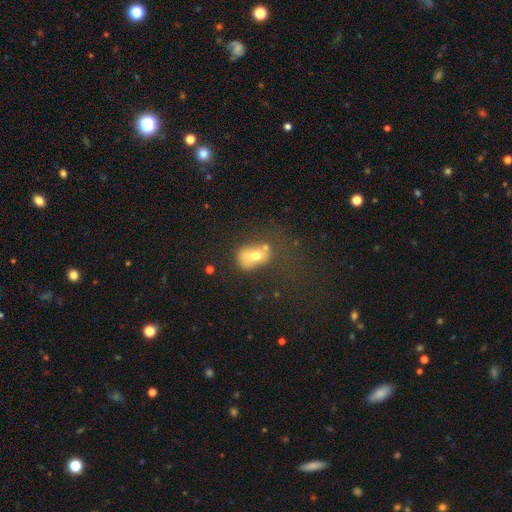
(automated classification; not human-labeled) The model was most divided on "merging": none: 29%, major disturbance: 25%, merger: 25%, minor disturbance: 21%. More confident: how rounded — in between (66%); smooth or featured — smooth (63%).